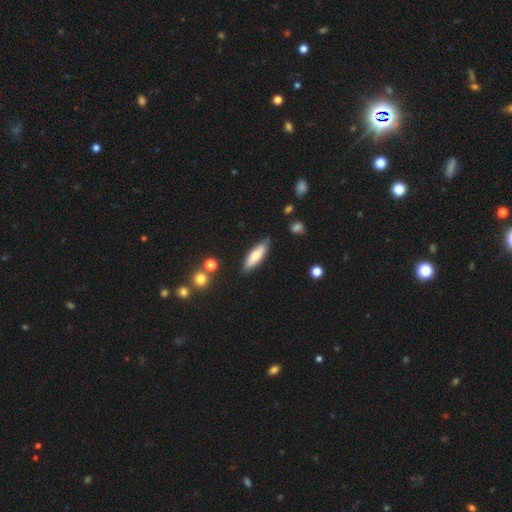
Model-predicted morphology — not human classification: smooth_or_featured: smooth (p=0.63) [alt: featured or disk p=0.32]
how_rounded: cigar-shaped (p=0.53) [alt: in between p=0.45]
merging: none (p=0.84) [alt: minor disturbance p=0.12]